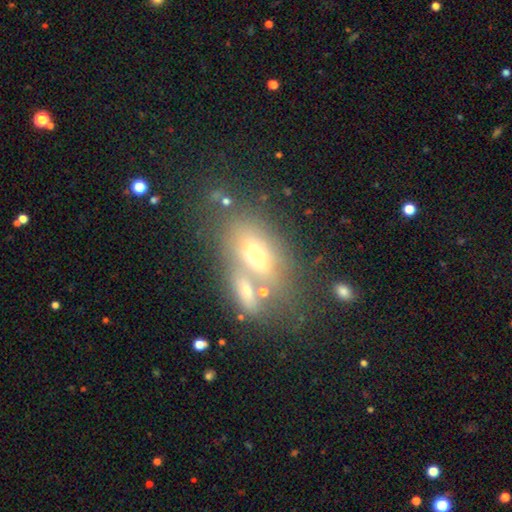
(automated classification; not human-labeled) Overall: smooth (56%; featured or disk 30%). How rounded: in between (80%). Merging: none (46%; merger 32%).